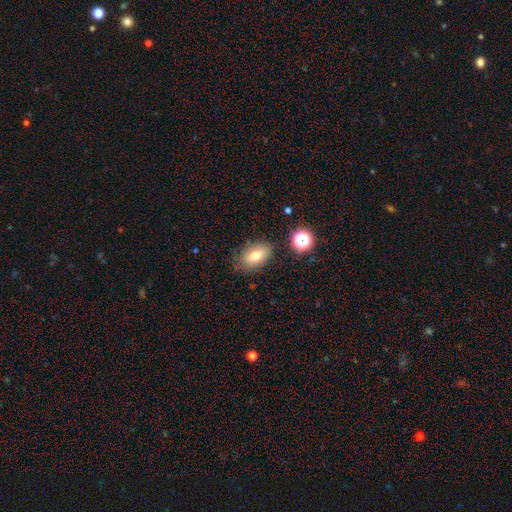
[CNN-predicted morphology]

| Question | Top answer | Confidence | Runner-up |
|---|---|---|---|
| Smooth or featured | smooth | 74% | featured or disk (16%) |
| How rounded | in between | 87% | round (10%) |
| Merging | none | 78% | minor disturbance (15%) |